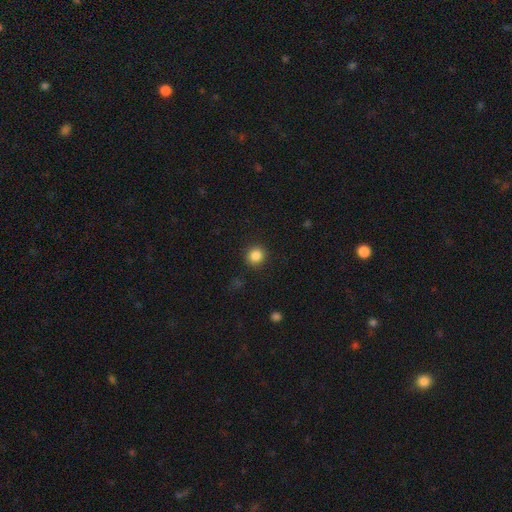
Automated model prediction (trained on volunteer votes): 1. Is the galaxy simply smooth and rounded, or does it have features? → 85% smooth, 11% star or artifact, 4% featured or disk.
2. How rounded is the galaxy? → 92% round, 7% in between, 1% cigar-shaped.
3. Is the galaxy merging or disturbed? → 90% none, 6% minor disturbance, 2% major disturbance, 1% merger.